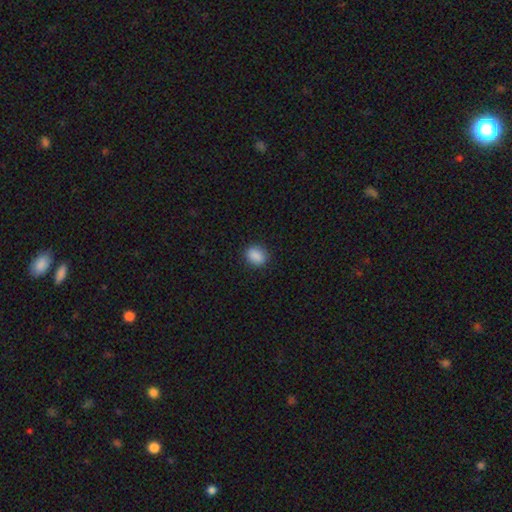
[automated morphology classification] type=smooth (89%); roundness=in between (57%); merging=none (89%).